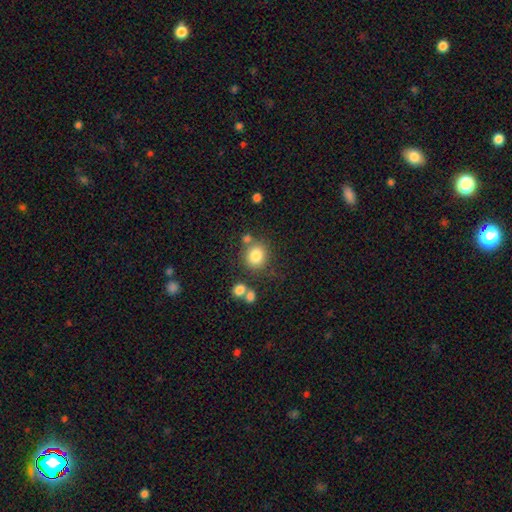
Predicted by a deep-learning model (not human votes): Smooth or featured? smooth (82%)
How rounded? round (82%)
Merging? none (69%)